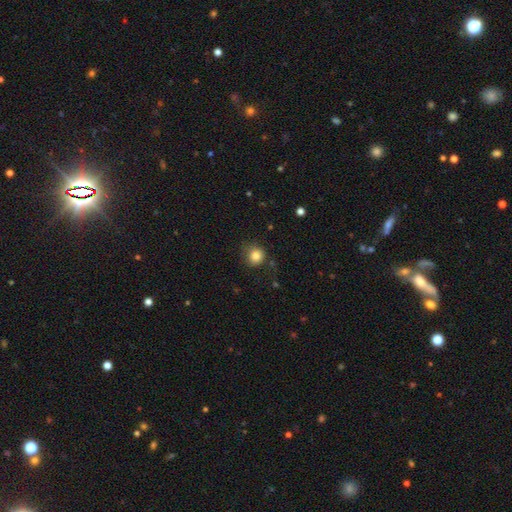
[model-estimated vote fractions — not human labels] smooth-or-featured: smooth: 83% | star or artifact: 11% | featured or disk: 6%
  how-rounded: round: 86% | in between: 13% | cigar-shaped: 1%
  merging: none: 71% | minor disturbance: 20% | major disturbance: 6% | merger: 2%